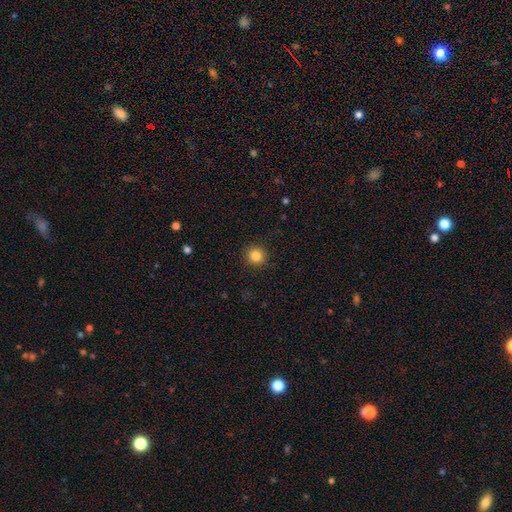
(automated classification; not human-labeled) smooth_or_featured: smooth (p=0.85) [alt: star or artifact p=0.11]
how_rounded: round (p=0.94) [alt: in between p=0.05]
merging: none (p=0.92) [alt: minor disturbance p=0.05]